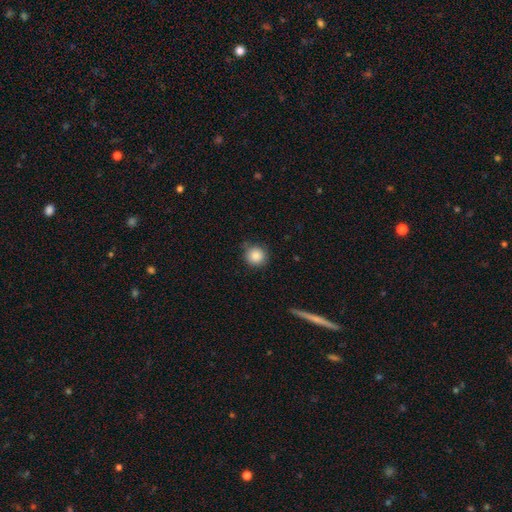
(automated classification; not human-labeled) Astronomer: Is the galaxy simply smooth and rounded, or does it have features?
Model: smooth — 87%.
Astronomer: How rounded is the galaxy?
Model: round — 92%.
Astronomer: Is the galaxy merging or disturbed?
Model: none — 81%.